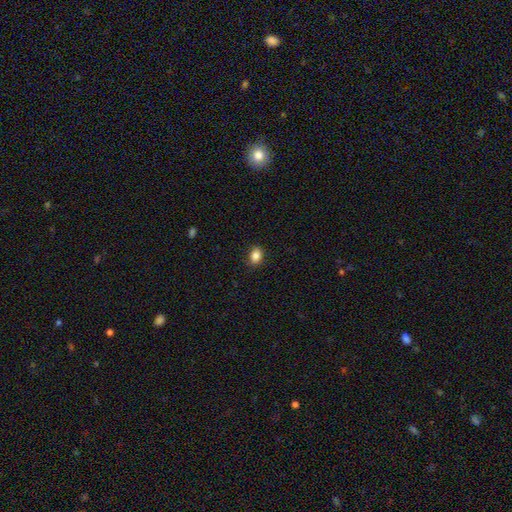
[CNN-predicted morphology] Overall: smooth (86%). How rounded: in between (64%; round 35%). Merging: none (88%).